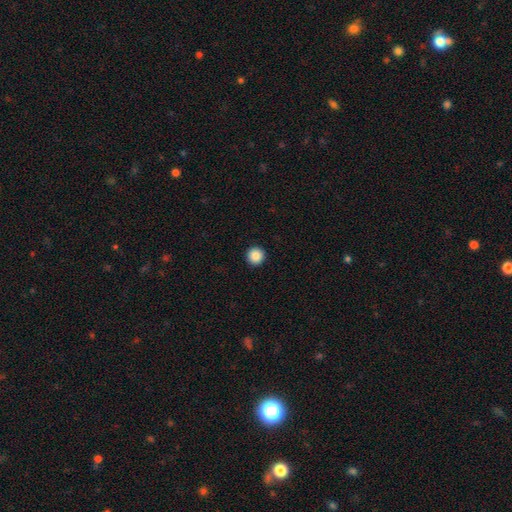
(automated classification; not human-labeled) Overall: smooth (88%). How rounded: round (96%). Merging: none (94%).